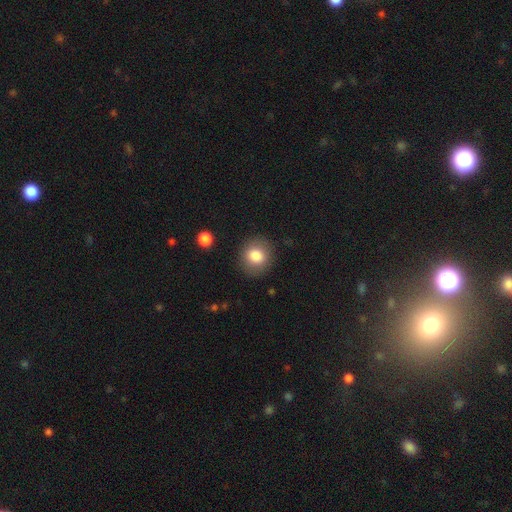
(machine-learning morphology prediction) Smooth or featured? smooth (82%)
How rounded? round (83%)
Merging? none (87%)